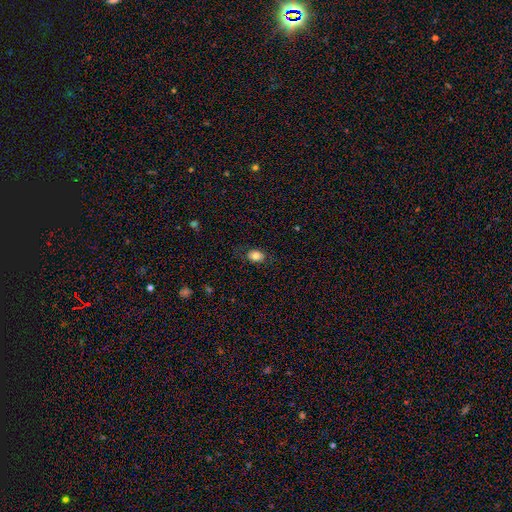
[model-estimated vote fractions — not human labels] Smooth or featured: smooth — 80% (featured or disk — 11%)
How rounded: in between — 72% (round — 26%)
Merging: none — 78% (minor disturbance — 16%)